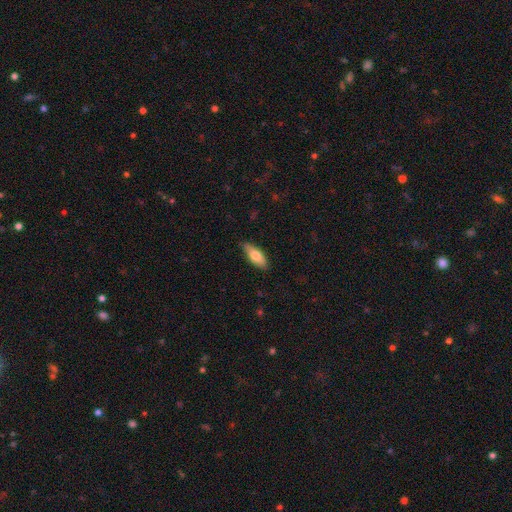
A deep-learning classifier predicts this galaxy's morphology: smooth 72%, featured or disk 22%, star or artifact 6%. Down the decision tree: how rounded — in between (73%); merging — none (83%).